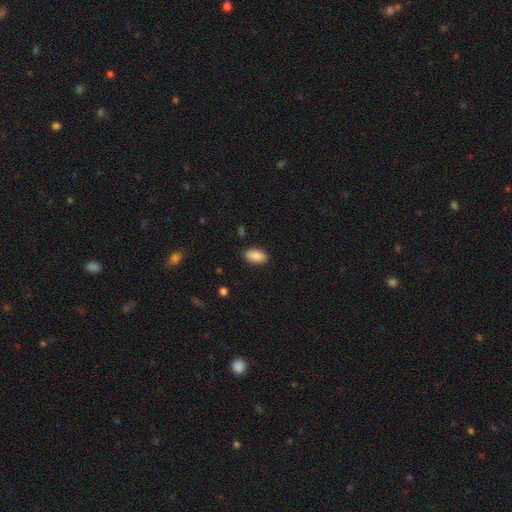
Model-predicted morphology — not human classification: smooth_or_featured: smooth (p=0.89) [alt: star or artifact p=0.07]
how_rounded: in between (p=0.94) [alt: cigar-shaped p=0.03]
merging: none (p=0.88) [alt: minor disturbance p=0.08]